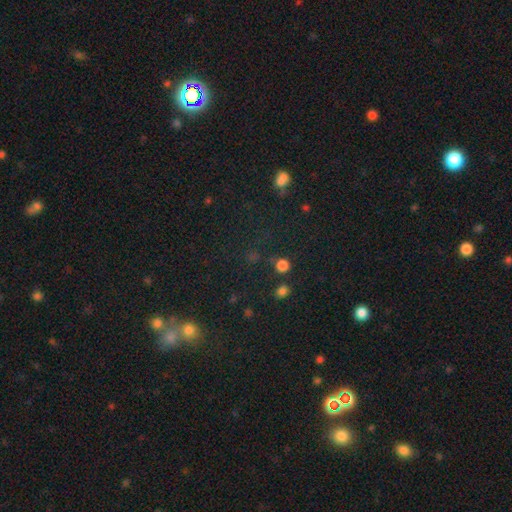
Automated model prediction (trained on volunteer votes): Smooth or featured: star or artifact — 60% (smooth — 30%)